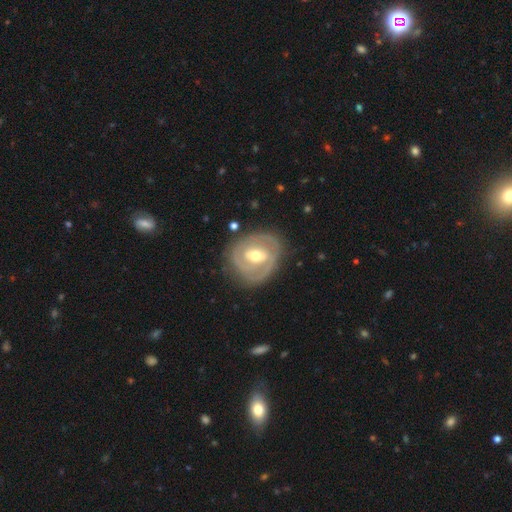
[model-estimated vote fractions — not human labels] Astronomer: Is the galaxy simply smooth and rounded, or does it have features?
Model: featured or disk — 83%.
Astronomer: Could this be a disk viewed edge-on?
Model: no — 97%.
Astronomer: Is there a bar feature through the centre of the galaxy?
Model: weak — 45% (runner-up: strong, 30%).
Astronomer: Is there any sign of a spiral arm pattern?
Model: yes — 85%.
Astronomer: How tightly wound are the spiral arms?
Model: tight — 63%.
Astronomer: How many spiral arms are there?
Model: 2 — 69%.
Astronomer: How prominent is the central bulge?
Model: moderate — 72%.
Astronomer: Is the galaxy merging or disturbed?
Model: none — 79%.